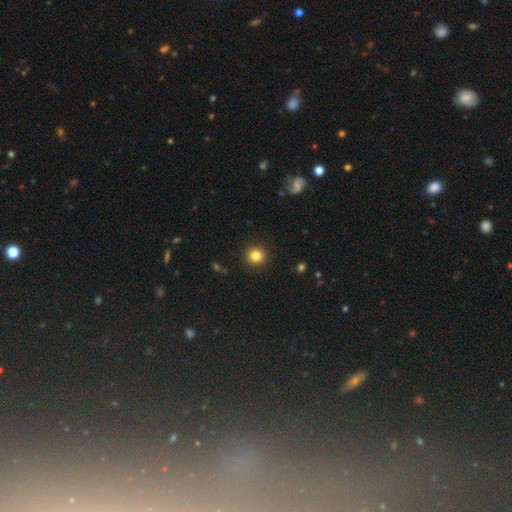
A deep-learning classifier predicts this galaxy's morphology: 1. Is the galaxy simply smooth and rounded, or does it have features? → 83% smooth, 11% star or artifact, 6% featured or disk.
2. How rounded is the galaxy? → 94% round, 6% in between, 1% cigar-shaped.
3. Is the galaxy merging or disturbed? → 92% none, 5% minor disturbance, 2% major disturbance, 1% merger.